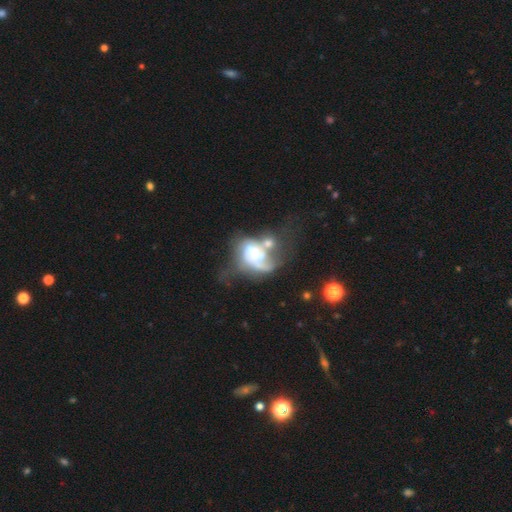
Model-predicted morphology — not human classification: A featured or disk galaxy (76%) with no bar (75%), 2 (43%) medium (38%) spiral arms (79%) and a moderate central bulge (60%). Merging: merger (45%).